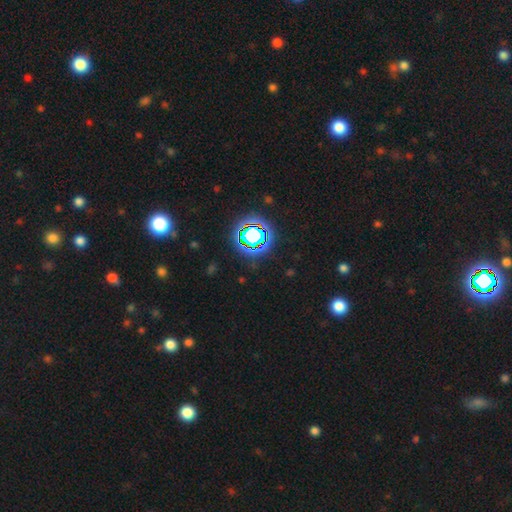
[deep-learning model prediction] The model was most divided on "smooth or featured": star or artifact: 80%, smooth: 13%, featured or disk: 7%.